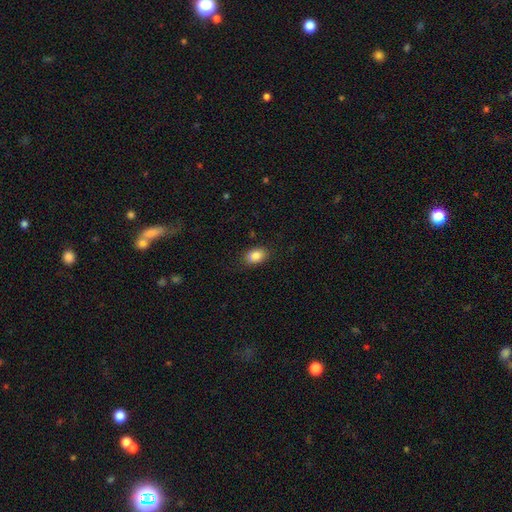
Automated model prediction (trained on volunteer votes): smooth-or-featured: smooth: 83% | star or artifact: 9% | featured or disk: 8%
  how-rounded: in between: 79% | round: 19% | cigar-shaped: 1%
  merging: none: 82% | minor disturbance: 14% | major disturbance: 3% | merger: 2%